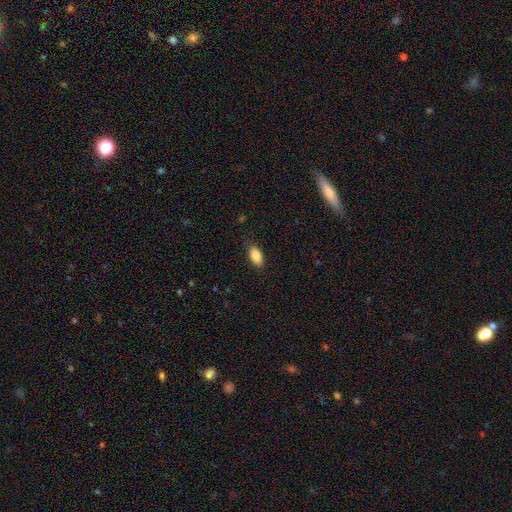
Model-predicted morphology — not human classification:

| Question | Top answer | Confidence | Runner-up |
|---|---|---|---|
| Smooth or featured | smooth | 86% | star or artifact (7%) |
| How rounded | in between | 92% | cigar-shaped (5%) |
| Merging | none | 86% | minor disturbance (11%) |